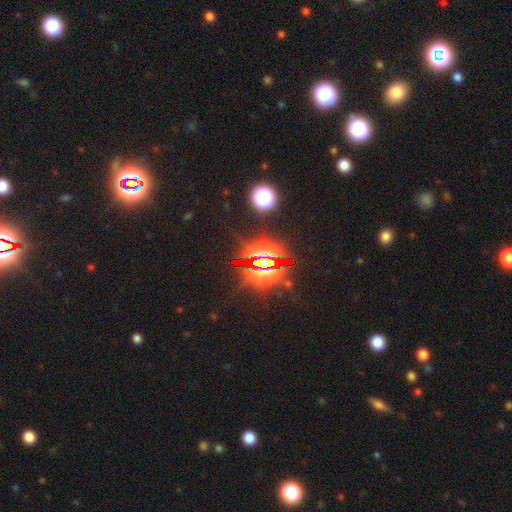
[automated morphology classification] Smooth or featured: star or artifact — 84% (featured or disk — 8%)